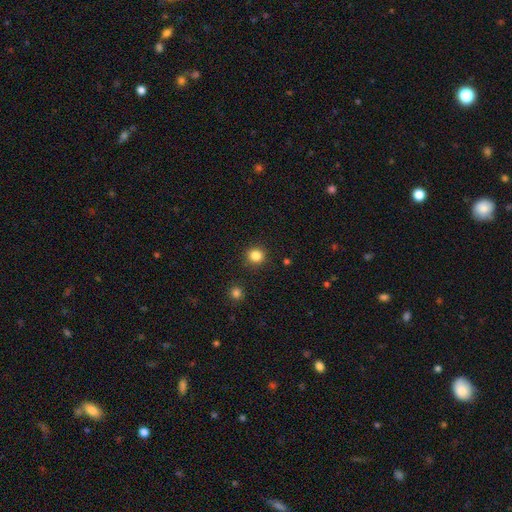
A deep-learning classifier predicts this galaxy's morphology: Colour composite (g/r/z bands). It shows a smooth galaxy with no disk features (84%) that is round (90%). Merging: none (90%).